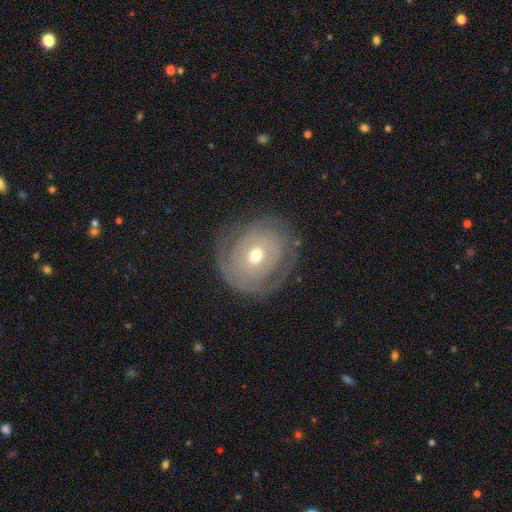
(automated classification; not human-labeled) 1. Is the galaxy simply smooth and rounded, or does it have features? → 67% featured or disk, 26% smooth, 7% star or artifact.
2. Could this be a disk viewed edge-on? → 96% no, 4% yes.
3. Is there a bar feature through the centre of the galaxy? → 66% no, 25% weak, 8% strong.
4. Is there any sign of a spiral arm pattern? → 66% yes, 34% no.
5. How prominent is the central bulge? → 60% moderate, 35% small, 3% large, 1% dominant, 1% none.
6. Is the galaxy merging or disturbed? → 74% none, 17% minor disturbance, 8% major disturbance, 1% merger.